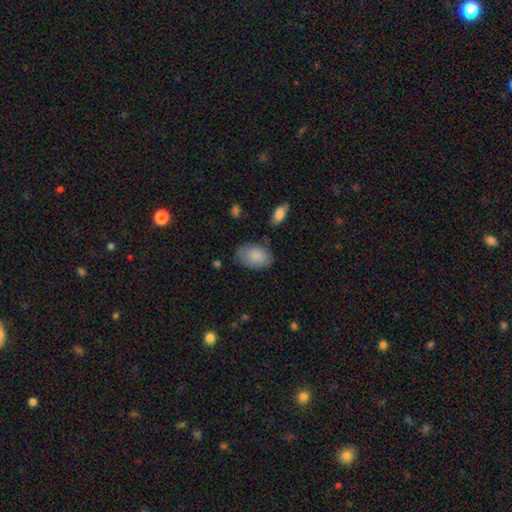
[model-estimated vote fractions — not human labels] smooth_or_featured: smooth (p=0.85) [alt: featured or disk p=0.09]
how_rounded: in between (p=0.89) [alt: round p=0.10]
merging: none (p=0.72) [alt: minor disturbance p=0.19]